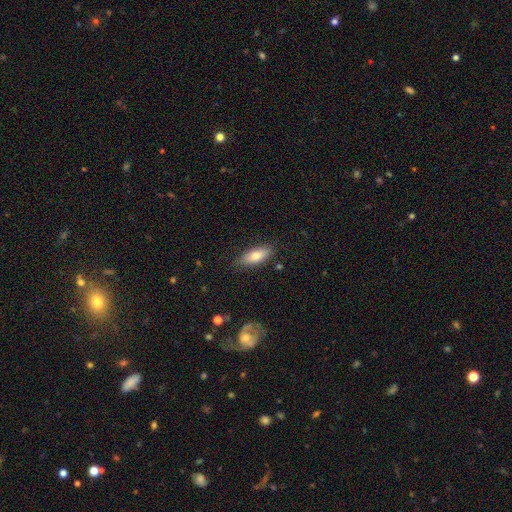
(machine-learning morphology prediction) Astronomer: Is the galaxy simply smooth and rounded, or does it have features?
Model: smooth — 71%.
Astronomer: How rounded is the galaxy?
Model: in between — 72%.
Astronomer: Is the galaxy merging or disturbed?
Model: none — 82%.